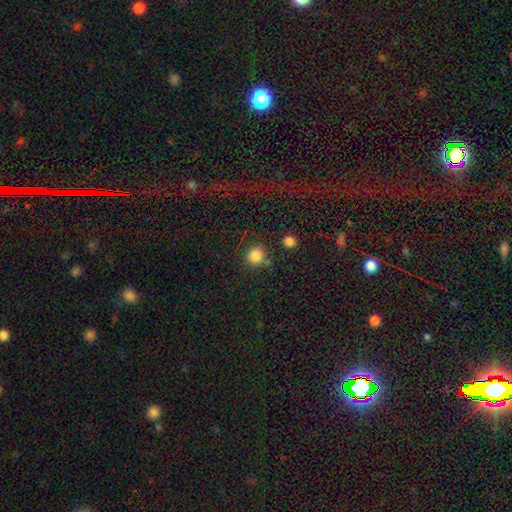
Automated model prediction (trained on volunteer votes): Smooth or featured: smooth — 84% (star or artifact — 11%)
How rounded: round — 90% (in between — 9%)
Merging: none — 77% (minor disturbance — 10%)